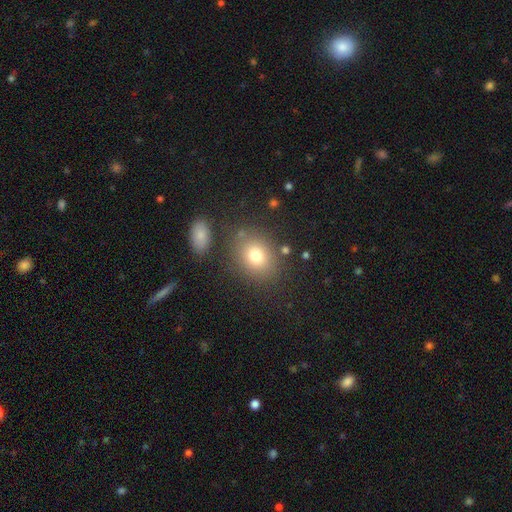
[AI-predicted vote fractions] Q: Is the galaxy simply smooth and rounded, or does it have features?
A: smooth — 77%.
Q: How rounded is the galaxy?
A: round — 51%.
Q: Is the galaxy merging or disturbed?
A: none — 79%.